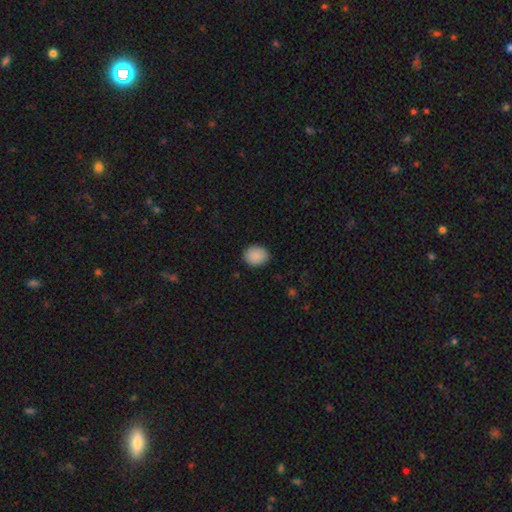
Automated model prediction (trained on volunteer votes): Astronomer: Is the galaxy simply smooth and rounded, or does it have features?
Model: smooth — 89%.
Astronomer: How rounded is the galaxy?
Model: round — 59% (runner-up: in between, 41%).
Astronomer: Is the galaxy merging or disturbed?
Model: none — 88%.